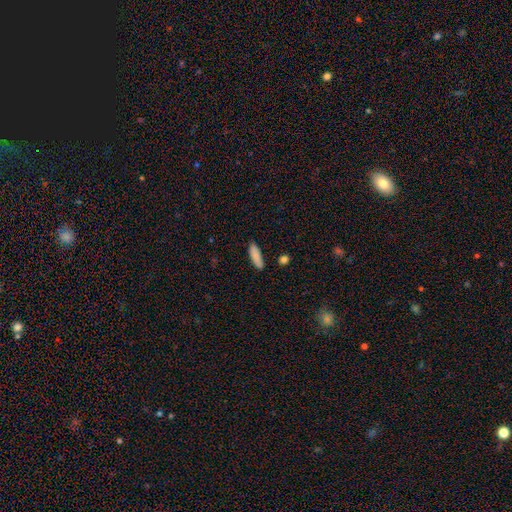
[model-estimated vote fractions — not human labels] smooth_or_featured: smooth (p=0.87) [alt: star or artifact p=0.07]
how_rounded: cigar-shaped (p=0.55) [alt: in between p=0.43]
merging: none (p=0.83) [alt: minor disturbance p=0.12]